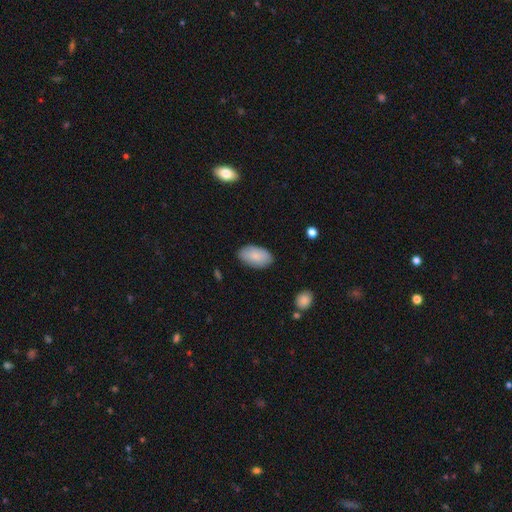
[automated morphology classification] Smooth or featured? smooth (83%)
How rounded? in between (95%)
Merging? none (84%)